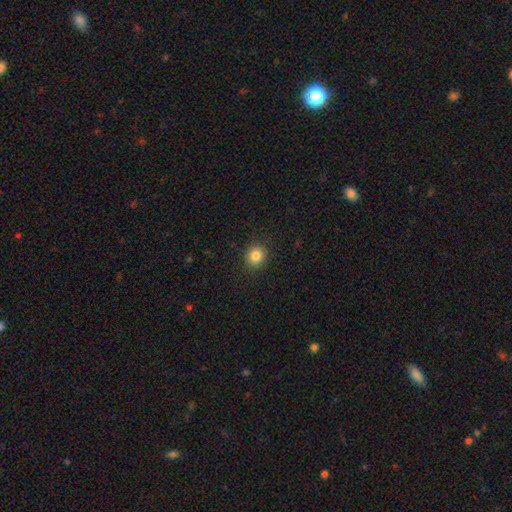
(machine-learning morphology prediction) Overall: smooth (84%). How rounded: round (81%). Merging: none (90%).